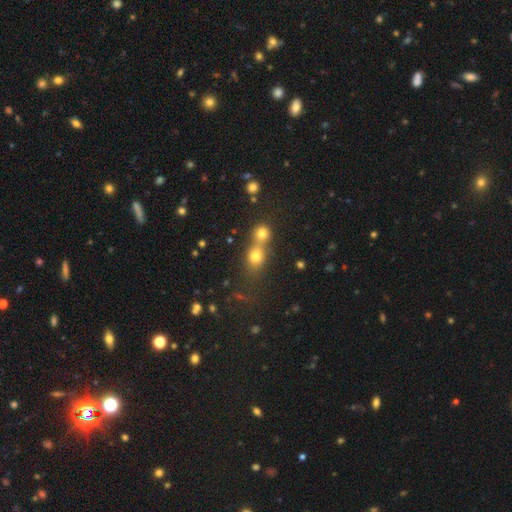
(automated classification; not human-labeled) Smooth or featured: smooth — 65% (star or artifact — 22%)
How rounded: round — 72% (in between — 25%)
Merging: merger — 53% (none — 37%)